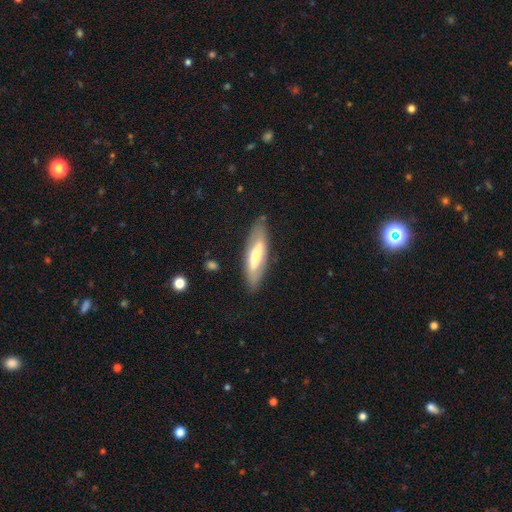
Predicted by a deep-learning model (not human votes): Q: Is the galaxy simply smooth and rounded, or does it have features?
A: featured or disk — 51%.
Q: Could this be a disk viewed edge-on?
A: no — 54%.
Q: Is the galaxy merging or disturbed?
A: none — 82%.